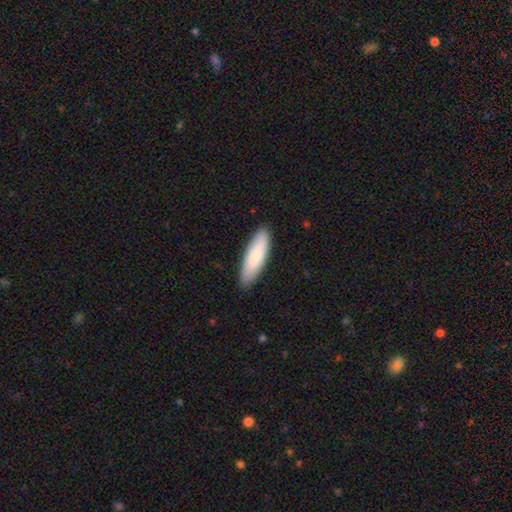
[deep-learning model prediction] This is clearly a smooth galaxy (83%). How rounded: possibly cigar-shaped (53%). Merging: clearly none (88%).